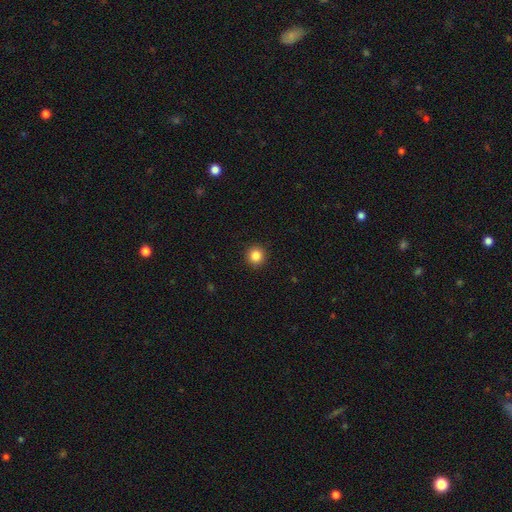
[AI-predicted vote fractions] This appears to be a smooth galaxy with no disk features (85%) that is round (95%). Merging: none (93%).